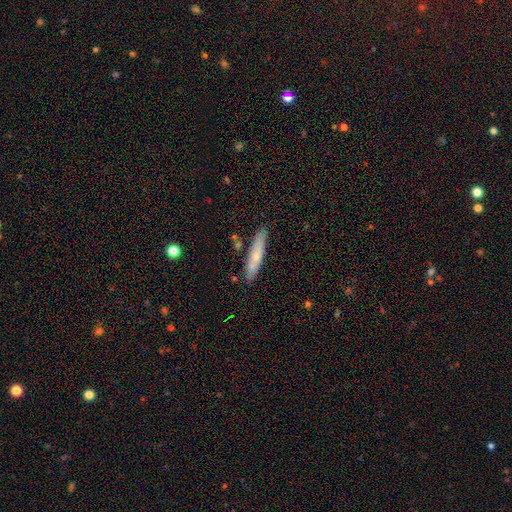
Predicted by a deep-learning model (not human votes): The model was most divided on "smooth or featured": smooth: 59%, featured or disk: 34%, star or artifact: 6%. More confident: how rounded — cigar-shaped (89%); merging — none (84%).